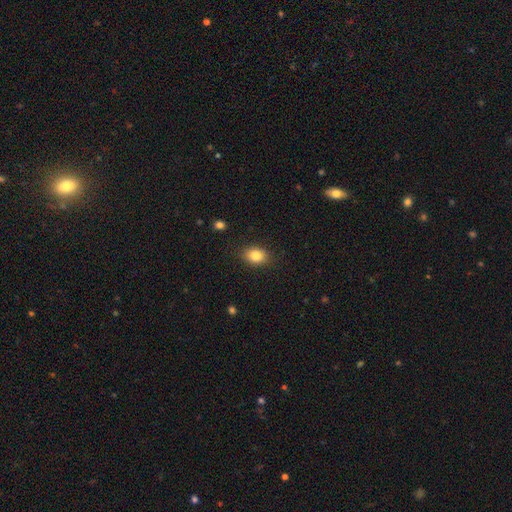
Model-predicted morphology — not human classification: Q: Smooth or featured?
A: smooth (83%); runner-up: star or artifact (9%)
Q: How rounded?
A: in between (70%); runner-up: round (29%)
Q: Merging?
A: none (86%); runner-up: minor disturbance (10%)